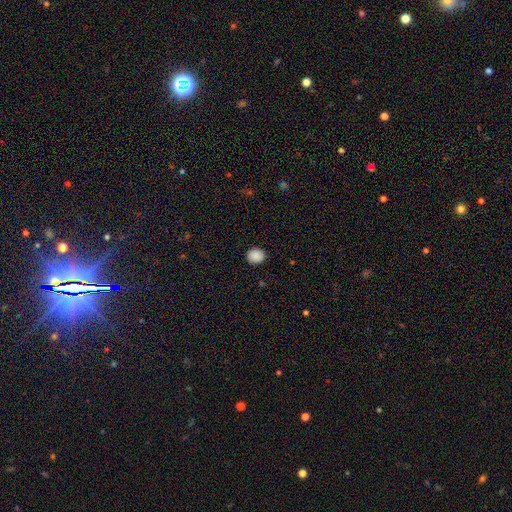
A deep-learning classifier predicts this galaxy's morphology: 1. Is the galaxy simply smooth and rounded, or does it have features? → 89% smooth, 9% star or artifact, 3% featured or disk.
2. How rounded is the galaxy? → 75% round, 24% in between, 1% cigar-shaped.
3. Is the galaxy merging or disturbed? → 90% none, 7% minor disturbance, 2% major disturbance, 1% merger.